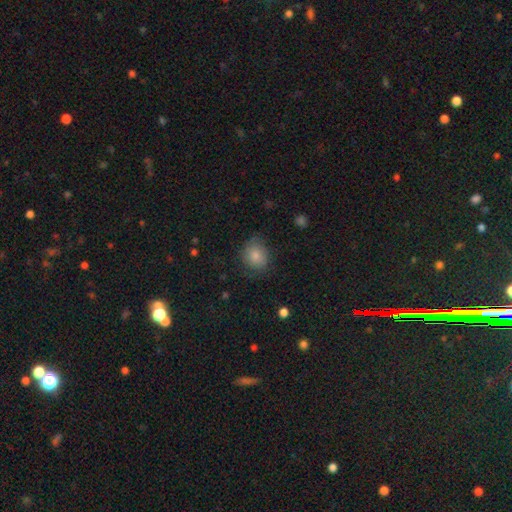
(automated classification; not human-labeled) Smooth or featured? Predicted: smooth (p=0.79). How rounded? Predicted: round (p=0.70). Merging? Predicted: none (p=0.67).